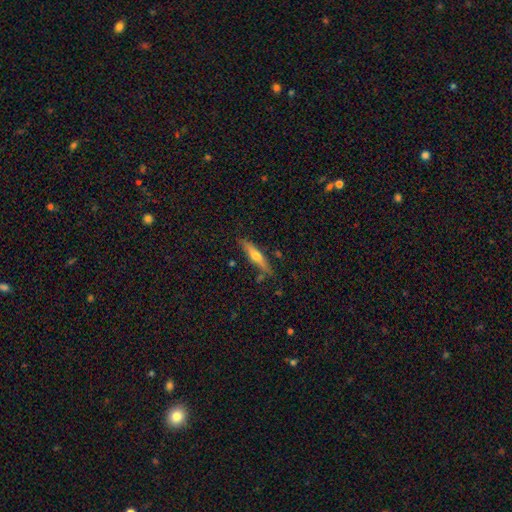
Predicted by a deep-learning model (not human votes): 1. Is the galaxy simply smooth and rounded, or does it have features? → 50% featured or disk, 44% smooth, 6% star or artifact.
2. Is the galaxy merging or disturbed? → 81% none, 13% minor disturbance, 3% merger, 3% major disturbance.